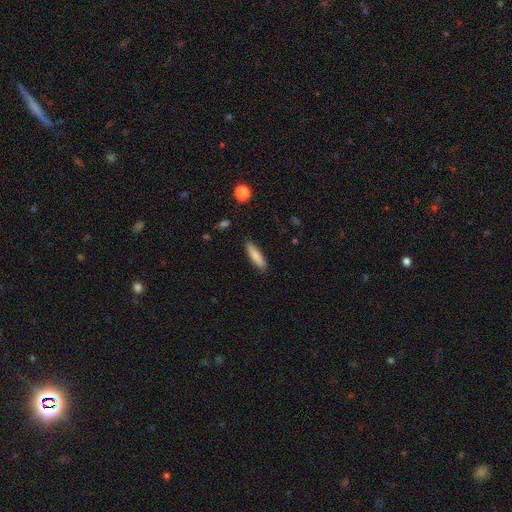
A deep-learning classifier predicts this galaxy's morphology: type=smooth (83%); roundness=cigar-shaped (70%); merging=none (88%).